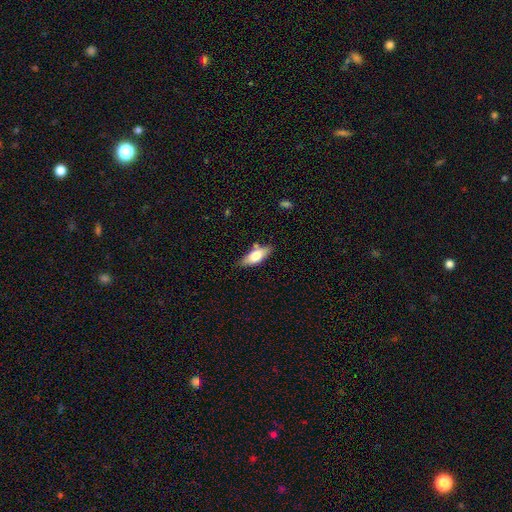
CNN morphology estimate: smooth-or-featured: smooth: 61% | featured or disk: 33% | star or artifact: 6%
  how-rounded: in between: 70% | cigar-shaped: 28% | round: 3%
  merging: none: 76% | minor disturbance: 15% | merger: 6% | major disturbance: 3%